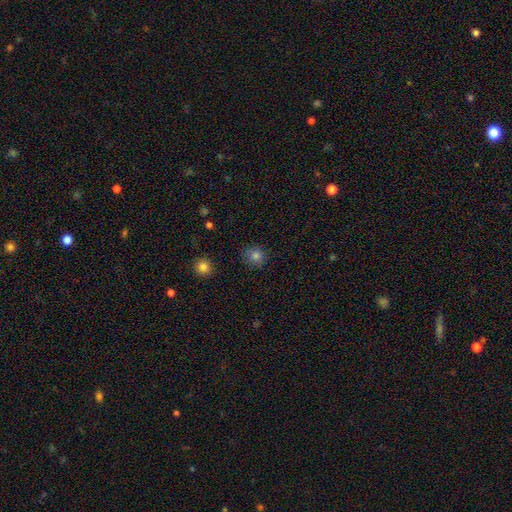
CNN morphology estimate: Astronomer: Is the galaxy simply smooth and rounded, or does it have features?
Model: smooth — 81%.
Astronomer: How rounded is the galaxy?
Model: round — 89%.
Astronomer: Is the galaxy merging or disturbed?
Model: none — 88%.